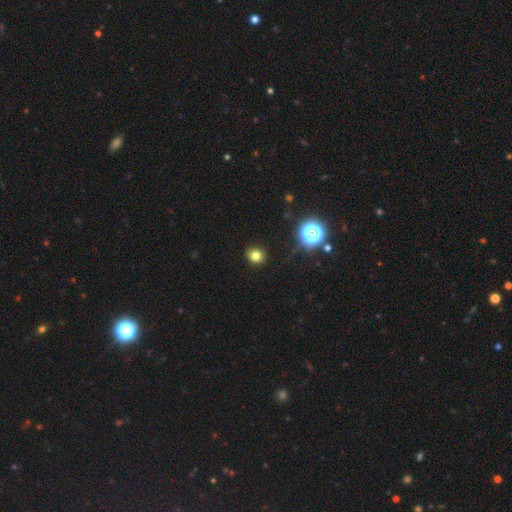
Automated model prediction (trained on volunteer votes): Q: Smooth or featured?
A: smooth (78%); runner-up: star or artifact (16%)
Q: How rounded?
A: round (86%); runner-up: in between (13%)
Q: Merging?
A: none (89%); runner-up: minor disturbance (8%)